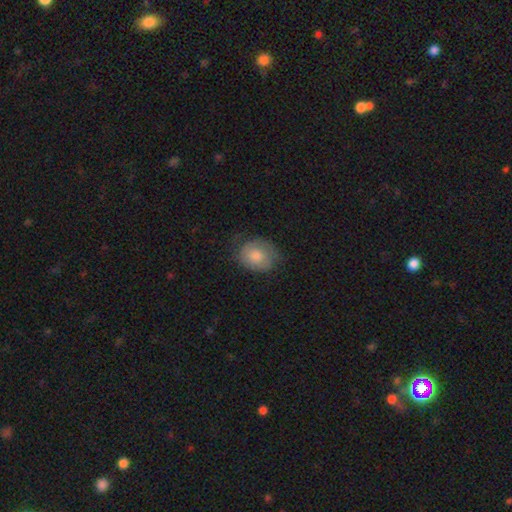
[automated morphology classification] type=smooth (67%); roundness=round (57%); merging=none (66%).